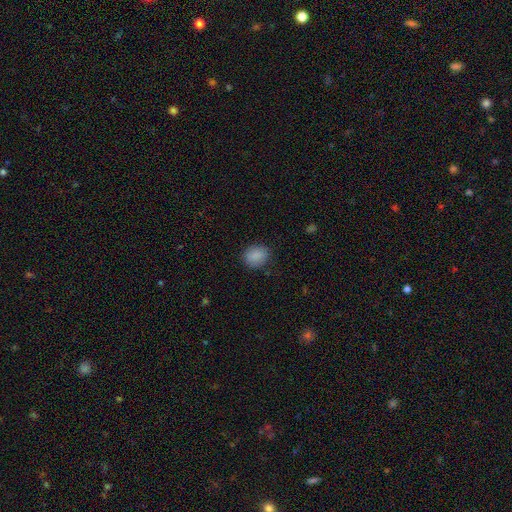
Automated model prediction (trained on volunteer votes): Overall: smooth (88%). How rounded: round (56%; in between 43%). Merging: none (85%).